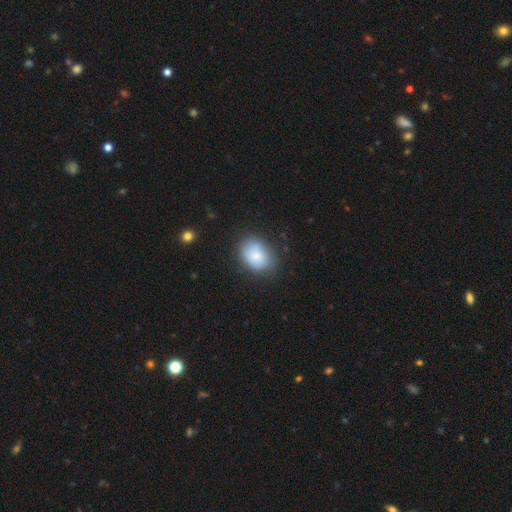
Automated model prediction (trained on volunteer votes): smooth-or-featured: smooth: 80% | featured or disk: 13% | star or artifact: 7%
  how-rounded: in between: 65% | round: 34% | cigar-shaped: 1%
  merging: none: 70% | minor disturbance: 22% | major disturbance: 6% | merger: 2%